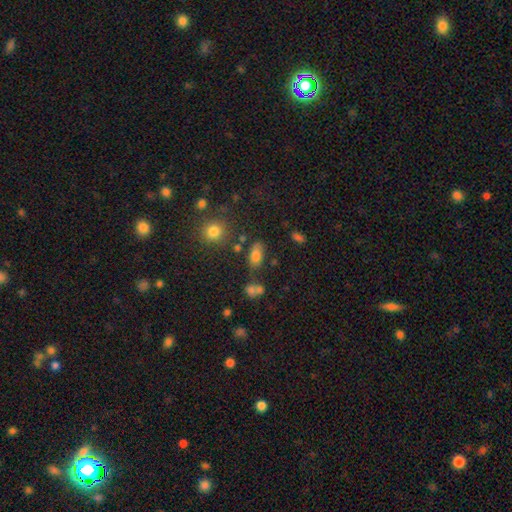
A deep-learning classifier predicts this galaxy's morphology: smooth-or-featured: smooth: 76% | star or artifact: 14% | featured or disk: 10%
  how-rounded: in between: 86% | round: 9% | cigar-shaped: 5%
  merging: none: 64% | minor disturbance: 17% | merger: 13% | major disturbance: 6%